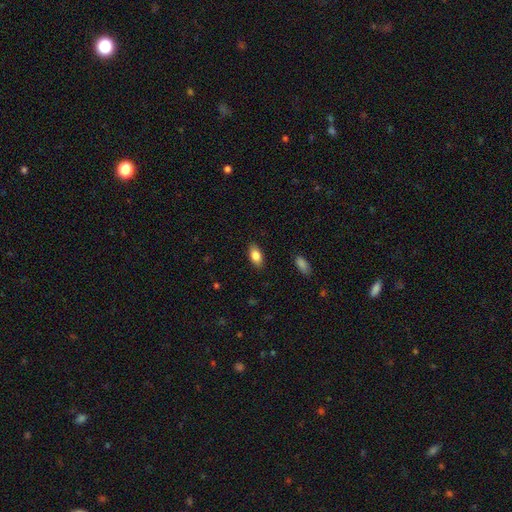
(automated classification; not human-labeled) This appears to be a smooth galaxy with no disk features (84%) that is in between round and cigar-shaped (91%). Merging: none (87%).